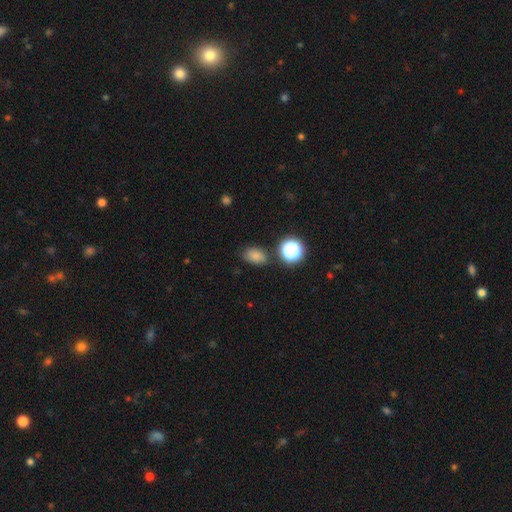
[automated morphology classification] A smooth galaxy with no disk features (77%) that is in between round and cigar-shaped (74%). Merging: none (76%).